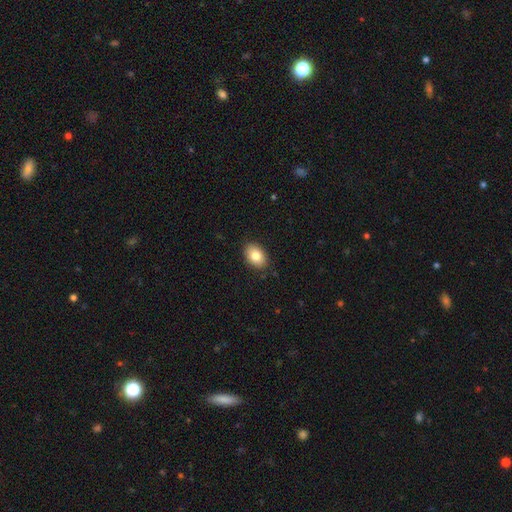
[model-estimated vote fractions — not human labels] Smooth or featured?
  - smooth: 81% *
  - featured or disk: 11%
  - star or artifact: 8%
How rounded?
  - in between: 83% *
  - round: 15%
  - cigar-shaped: 1%
Merging?
  - none: 88% *
  - minor disturbance: 9%
  - major disturbance: 2%
  - merger: 1%